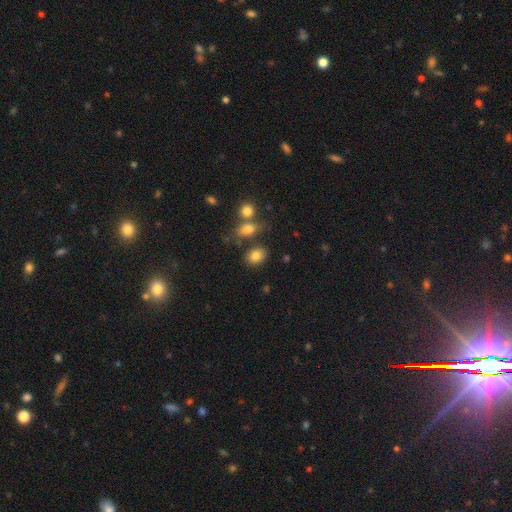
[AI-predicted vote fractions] smooth_or_featured: smooth (p=0.82) [alt: star or artifact p=0.10]
how_rounded: in between (p=0.61) [alt: round p=0.38]
merging: none (p=0.69) [alt: merger p=0.14]